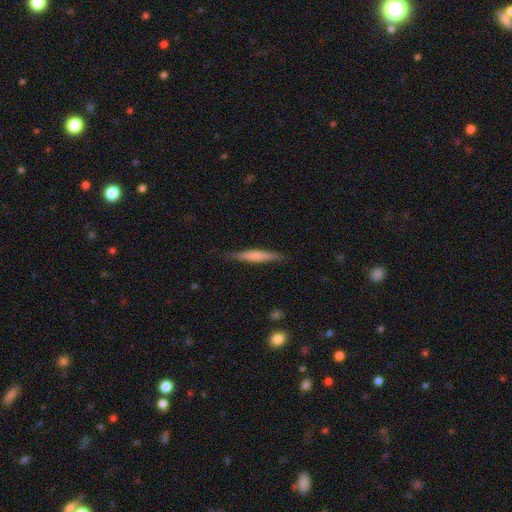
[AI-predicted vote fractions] This is possibly a smooth galaxy (59%). How rounded: clearly cigar-shaped (93%). Merging: clearly none (86%).